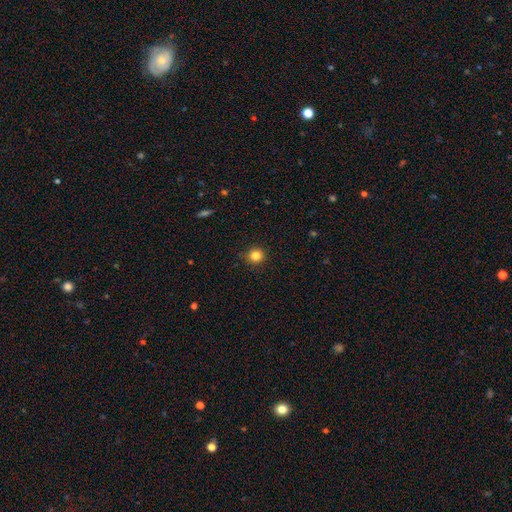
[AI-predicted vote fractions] A smooth galaxy with no disk features (84%) that is round (92%). Merging: none (91%).